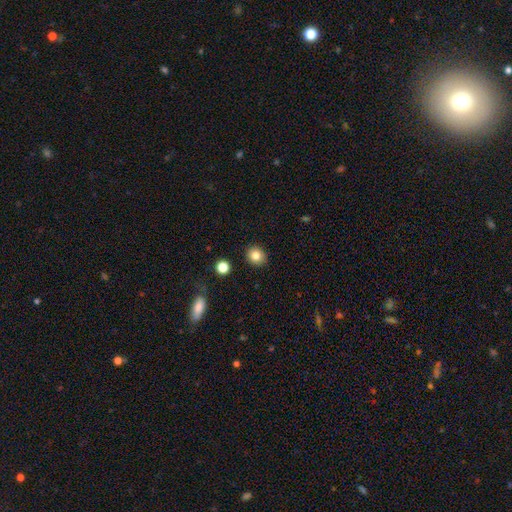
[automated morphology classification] smooth-or-featured: smooth: 83% | star or artifact: 10% | featured or disk: 7%
  how-rounded: round: 75% | in between: 24% | cigar-shaped: 1%
  merging: none: 90% | minor disturbance: 7% | major disturbance: 2% | merger: 2%